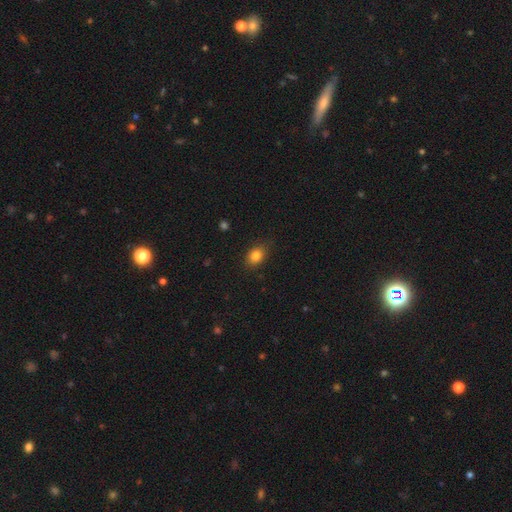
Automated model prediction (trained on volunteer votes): A smooth galaxy with no disk features (83%) that is in between round and cigar-shaped (64%).

Vote fractions:
- Smooth or featured? smooth: 83% / star or artifact: 10% / featured or disk: 6%
- How rounded? in between: 64% / round: 34% / cigar-shaped: 1%
- Merging? none: 82% / minor disturbance: 14% / major disturbance: 3% / merger: 1%